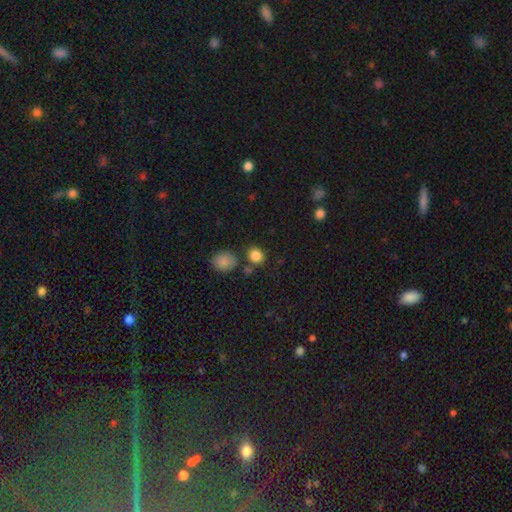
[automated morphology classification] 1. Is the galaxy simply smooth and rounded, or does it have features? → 85% smooth, 11% star or artifact, 4% featured or disk.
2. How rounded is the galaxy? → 77% round, 22% in between, 1% cigar-shaped.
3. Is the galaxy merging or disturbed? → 74% none, 11% merger, 11% minor disturbance, 4% major disturbance.